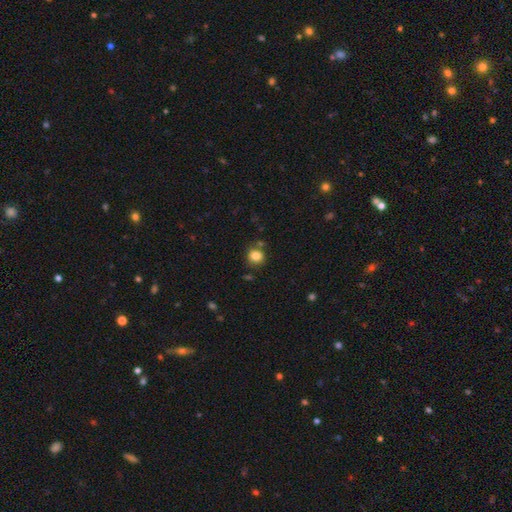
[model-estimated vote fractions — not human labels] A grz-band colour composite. It shows a smooth galaxy with no disk features (82%) that is round (86%). Merging: none (79%).